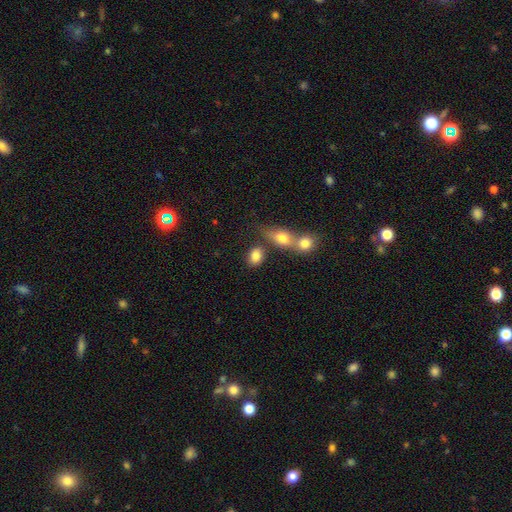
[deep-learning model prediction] A smooth galaxy with no disk features (82%) that is in between round and cigar-shaped (65%).

Vote fractions:
- Smooth or featured? smooth: 82% / star or artifact: 9% / featured or disk: 8%
- How rounded? in between: 65% / round: 33% / cigar-shaped: 2%
- Merging? none: 58% / merger: 27% / minor disturbance: 11% / major disturbance: 4%